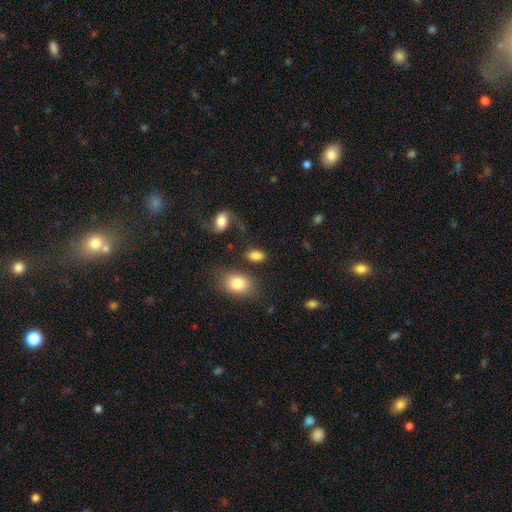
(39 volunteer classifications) A smooth galaxy with no disk features (92%) that is in between round and cigar-shaped (92%).

Vote fractions:
- Smooth or featured? smooth: 92% / star or artifact: 5% / featured or disk: 3%
- How rounded? in between: 92% / round: 6% / cigar-shaped: 3%
- Merging? none: 76% / minor disturbance: 16% / major disturbance: 5% / merger: 3%